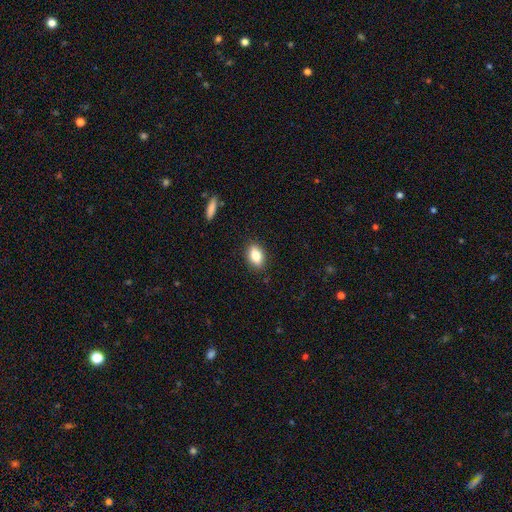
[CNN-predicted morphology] A smooth galaxy with no disk features (81%) that is in between round and cigar-shaped (86%).

Vote fractions:
- Smooth or featured? smooth: 81% / featured or disk: 10% / star or artifact: 8%
- How rounded? in between: 86% / round: 11% / cigar-shaped: 4%
- Merging? none: 87% / minor disturbance: 10% / major disturbance: 2% / merger: 1%